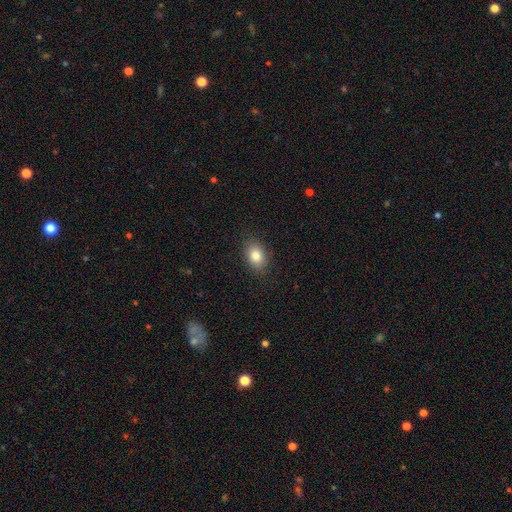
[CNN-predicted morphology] type=smooth (83%); roundness=in between (77%); merging=none (87%).